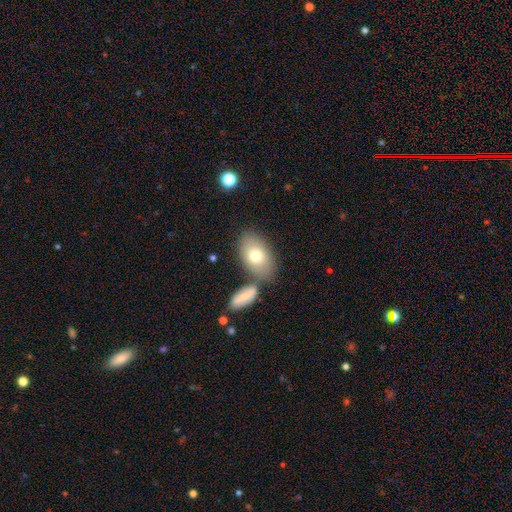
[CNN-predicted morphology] Smooth or featured? Predicted: smooth (p=0.74). How rounded? Predicted: in between (p=0.89). Merging? Predicted: none (p=0.63).